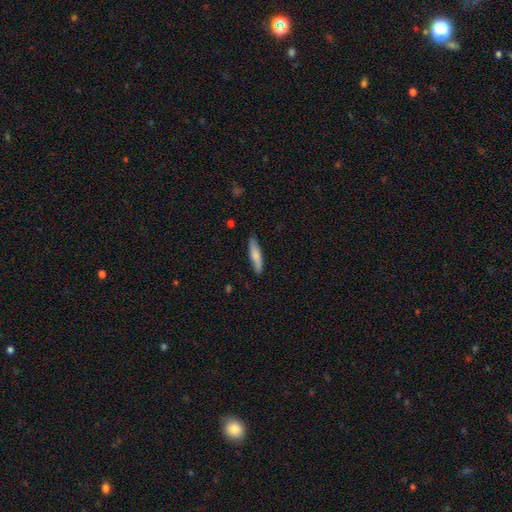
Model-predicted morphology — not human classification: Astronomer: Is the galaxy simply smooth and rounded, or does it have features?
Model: smooth — 76%.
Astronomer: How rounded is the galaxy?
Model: cigar-shaped — 79%.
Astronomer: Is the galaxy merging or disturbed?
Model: none — 85%.